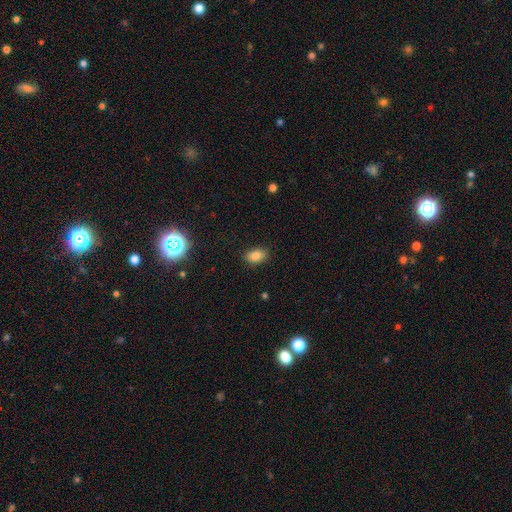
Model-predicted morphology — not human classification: Smooth or featured? smooth (84%)
How rounded? in between (89%)
Merging? none (87%)